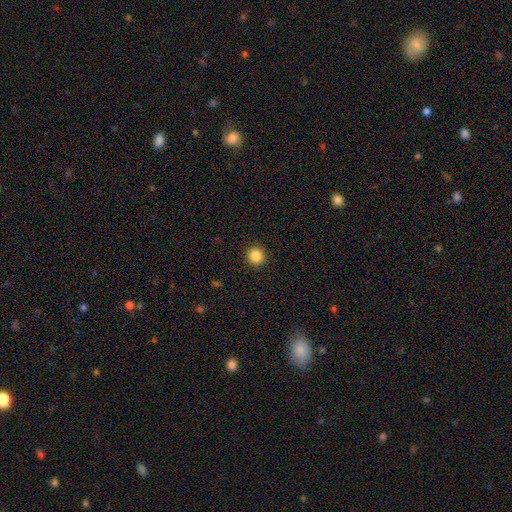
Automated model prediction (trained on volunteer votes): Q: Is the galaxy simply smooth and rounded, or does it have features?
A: smooth — 86%.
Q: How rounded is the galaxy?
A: round — 92%.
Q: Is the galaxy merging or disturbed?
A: none — 92%.